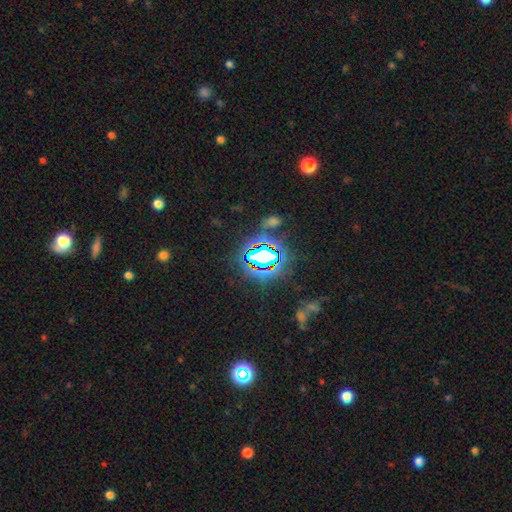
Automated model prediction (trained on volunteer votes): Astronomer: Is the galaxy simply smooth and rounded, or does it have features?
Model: star or artifact — 78%.